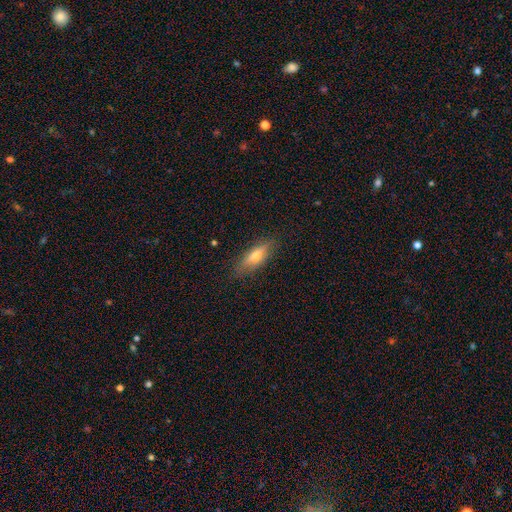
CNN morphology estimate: The model was most divided on "how rounded": cigar-shaped: 53%, in between: 44%, round: 3%. More confident: merging — none (84%); smooth or featured — smooth (55%).